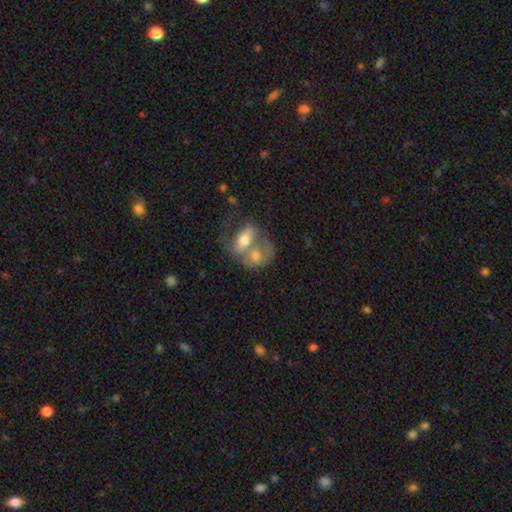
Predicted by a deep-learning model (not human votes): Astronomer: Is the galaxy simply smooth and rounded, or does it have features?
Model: smooth — 51% (runner-up: featured or disk, 41%).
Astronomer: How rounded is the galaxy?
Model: in between — 68%.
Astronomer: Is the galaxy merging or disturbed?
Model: merger — 75%.